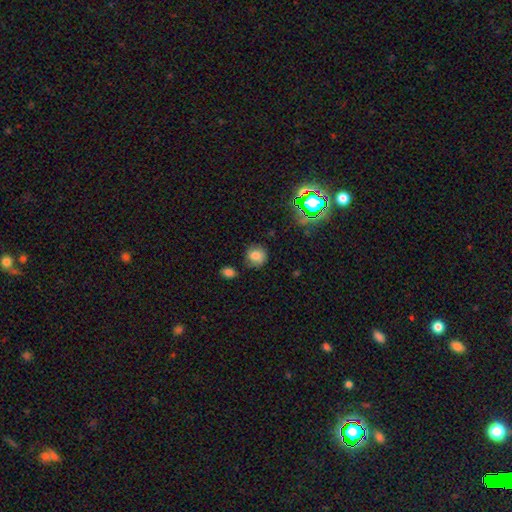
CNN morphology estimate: smooth_or_featured: smooth (p=0.77) [alt: star or artifact p=0.15]
how_rounded: round (p=0.84) [alt: in between p=0.15]
merging: none (p=0.77) [alt: minor disturbance p=0.15]